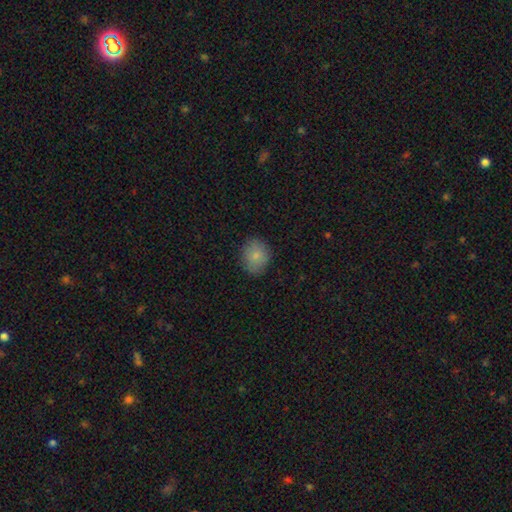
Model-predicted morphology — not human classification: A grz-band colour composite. It shows a smooth galaxy with no disk features (83%) that is round (57%). Merging: none (85%).